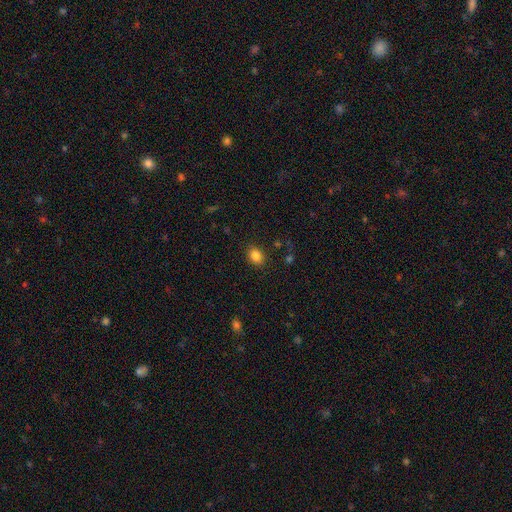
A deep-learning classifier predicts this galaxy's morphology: Smooth or featured?
  - smooth: 85% *
  - star or artifact: 11%
  - featured or disk: 5%
How rounded?
  - in between: 56% *
  - round: 43%
  - cigar-shaped: 1%
Merging?
  - none: 86% *
  - minor disturbance: 10%
  - major disturbance: 3%
  - merger: 1%